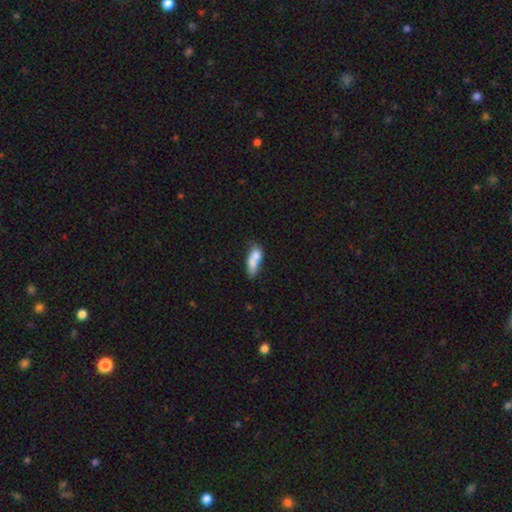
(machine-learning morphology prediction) A smooth galaxy with no disk features (67%) that is in between round and cigar-shaped (62%).

Vote fractions:
- Smooth or featured? smooth: 67% / featured or disk: 25% / star or artifact: 9%
- How rounded? in between: 62% / cigar-shaped: 28% / round: 10%
- Merging? merger: 58% / none: 23% / minor disturbance: 12% / major disturbance: 8%